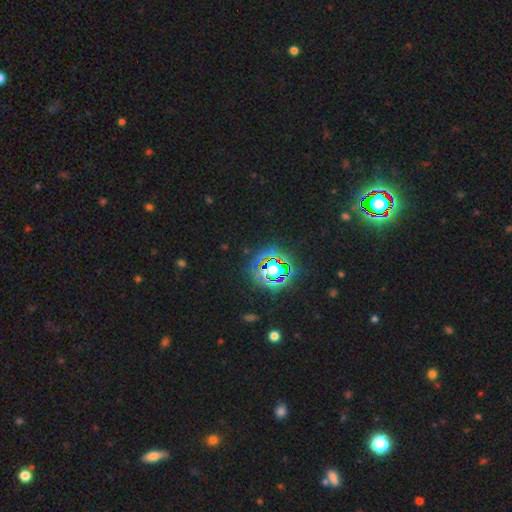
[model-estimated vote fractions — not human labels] A star or artifact, not a galaxy (82%).

Vote fractions:
- Smooth or featured? star or artifact: 82% / smooth: 11% / featured or disk: 7%